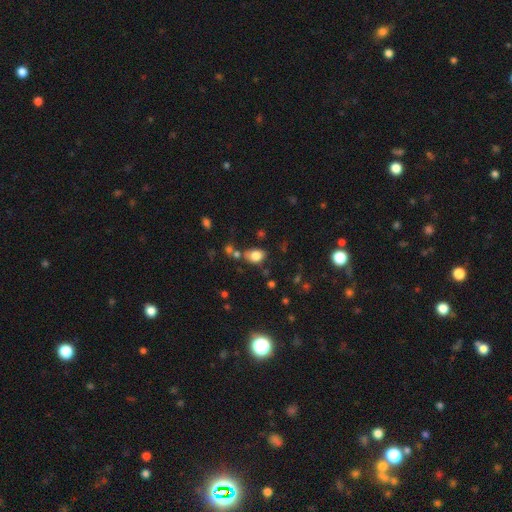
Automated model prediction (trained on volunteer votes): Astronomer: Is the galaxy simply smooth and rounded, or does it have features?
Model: smooth — 81%.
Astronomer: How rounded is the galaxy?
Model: in between — 73%.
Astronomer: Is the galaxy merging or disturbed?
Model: none — 61%.